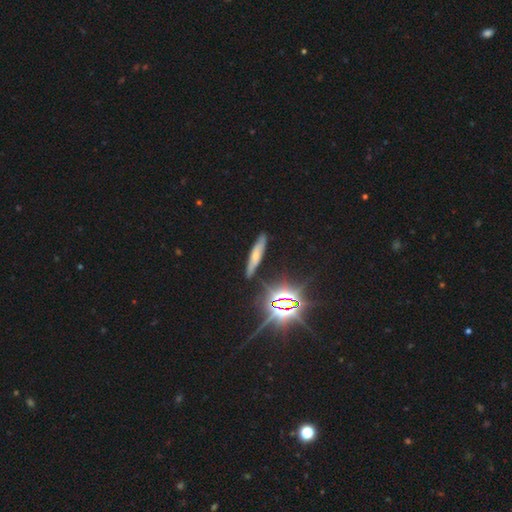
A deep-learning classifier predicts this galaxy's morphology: Smooth or featured? Predicted: smooth (p=0.46). Merging? Predicted: none (p=0.82).